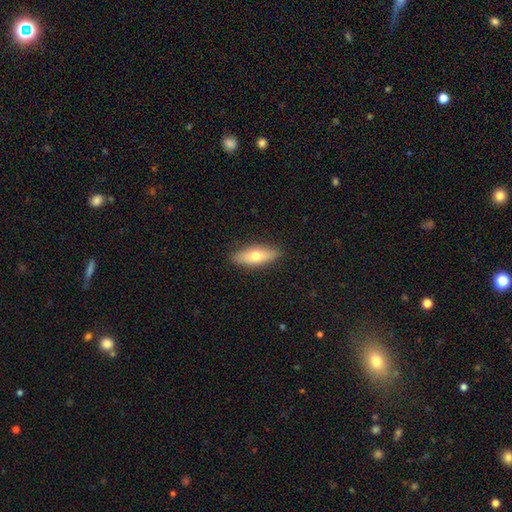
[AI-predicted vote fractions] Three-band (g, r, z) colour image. It shows a smooth galaxy with no disk features (65%) that is in between round and cigar-shaped (64%). Merging: none (88%).